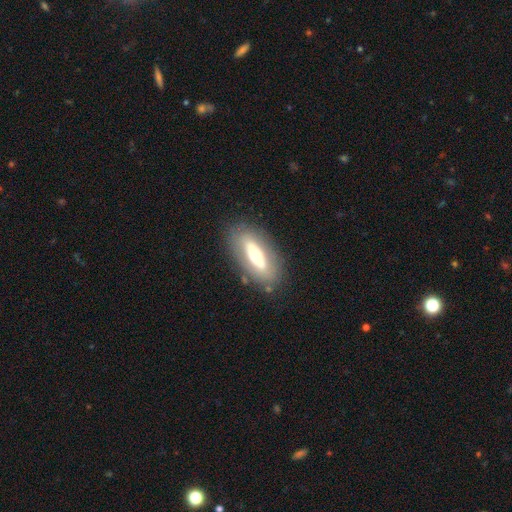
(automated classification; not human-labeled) Smooth or featured? Predicted: featured or disk (p=0.49). Merging? Predicted: none (p=0.80).